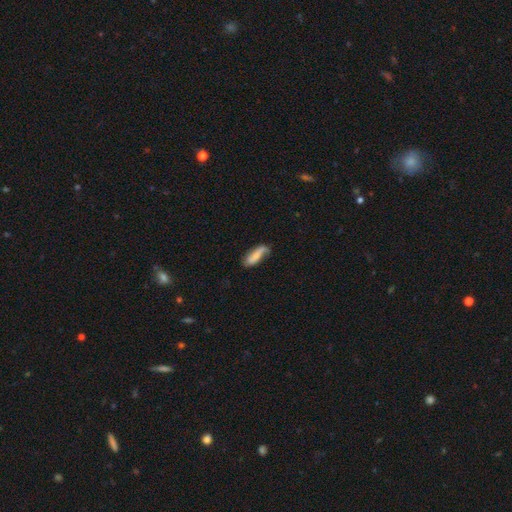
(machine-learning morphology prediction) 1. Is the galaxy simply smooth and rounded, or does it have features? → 60% smooth, 33% featured or disk, 7% star or artifact.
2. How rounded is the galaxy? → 56% in between, 42% cigar-shaped, 2% round.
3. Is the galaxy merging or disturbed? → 54% none, 31% minor disturbance, 12% major disturbance, 4% merger.